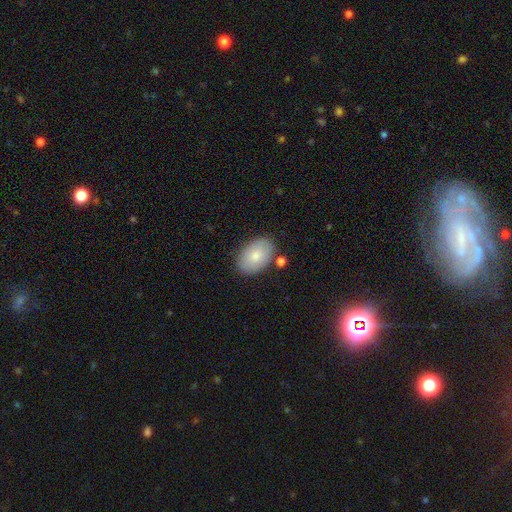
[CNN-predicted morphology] Smooth or featured?
  - smooth: 78% *
  - featured or disk: 16%
  - star or artifact: 6%
How rounded?
  - in between: 89% *
  - round: 10%
  - cigar-shaped: 1%
Merging?
  - none: 80% *
  - minor disturbance: 13%
  - merger: 4%
  - major disturbance: 3%